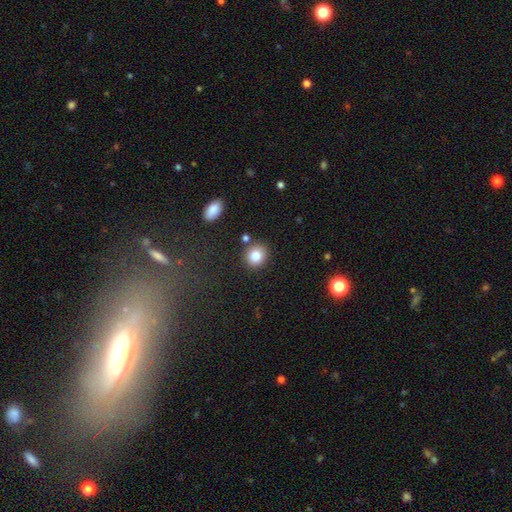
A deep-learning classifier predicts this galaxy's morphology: Overall: smooth (84%). How rounded: round (78%). Merging: none (82%).